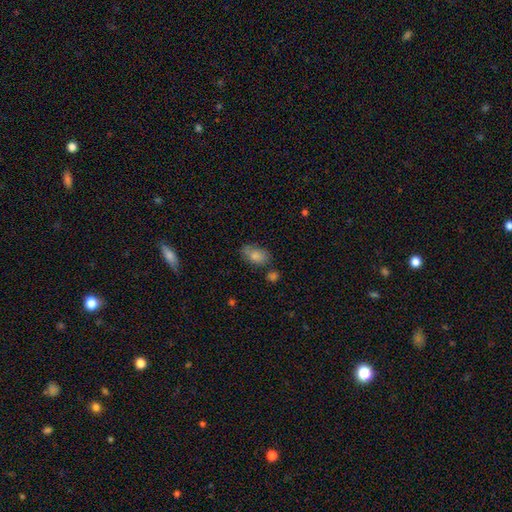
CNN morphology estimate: The model was most divided on "merging": none: 59%, minor disturbance: 24%, merger: 11%, major disturbance: 7%. More confident: how rounded — in between (86%); smooth or featured — smooth (80%).